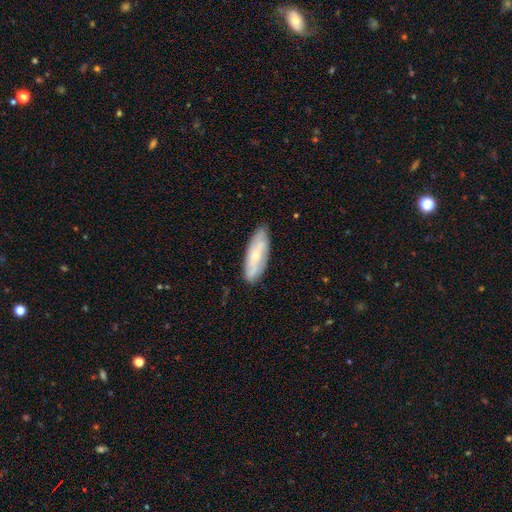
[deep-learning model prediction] A featured or disk galaxy (50%). Merging: none (83%).